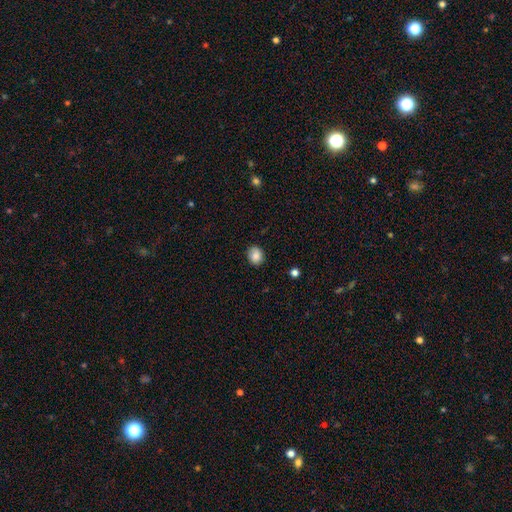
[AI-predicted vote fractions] smooth 85%, star or artifact 9%, featured or disk 6%. Down the decision tree: how rounded — round (59%); merging — none (85%).